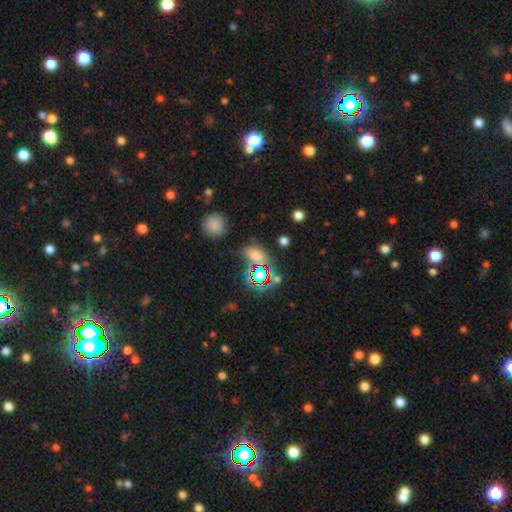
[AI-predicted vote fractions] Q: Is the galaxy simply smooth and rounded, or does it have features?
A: smooth — 52%.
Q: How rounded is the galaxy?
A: in between — 70%.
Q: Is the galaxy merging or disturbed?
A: none — 68%.